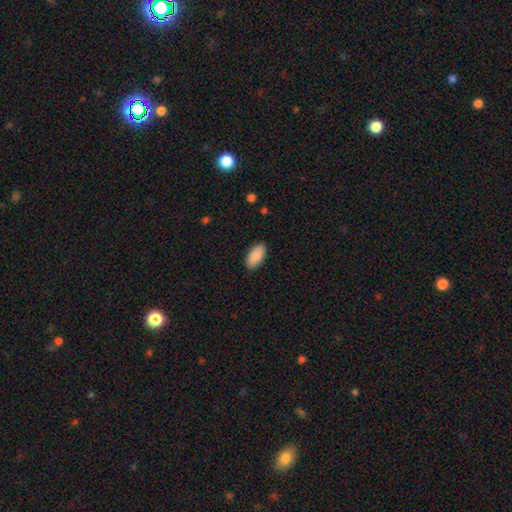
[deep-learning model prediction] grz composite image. It shows a smooth galaxy with no disk features (91%) that is in between round and cigar-shaped (94%). Merging: none (88%).